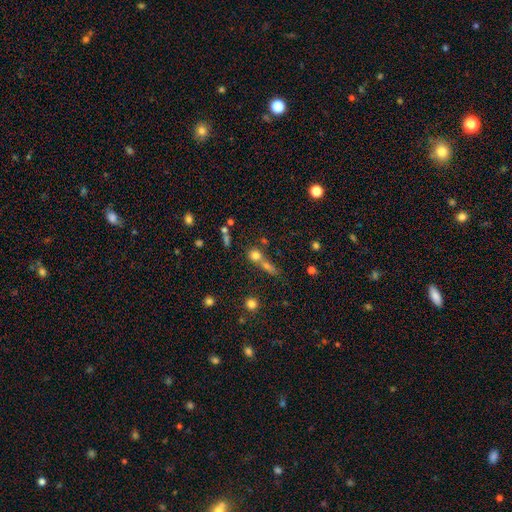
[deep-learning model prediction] Q: Smooth or featured?
A: smooth (71%); runner-up: star or artifact (17%)
Q: How rounded?
A: round (75%); runner-up: in between (19%)
Q: Merging?
A: none (44%); runner-up: merger (43%)